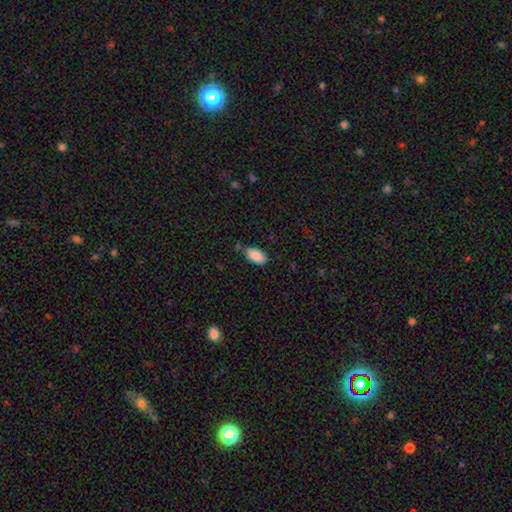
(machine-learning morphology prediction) This is clearly a smooth galaxy (89%). How rounded: clearly in between (94%). Merging: likely none (76%).